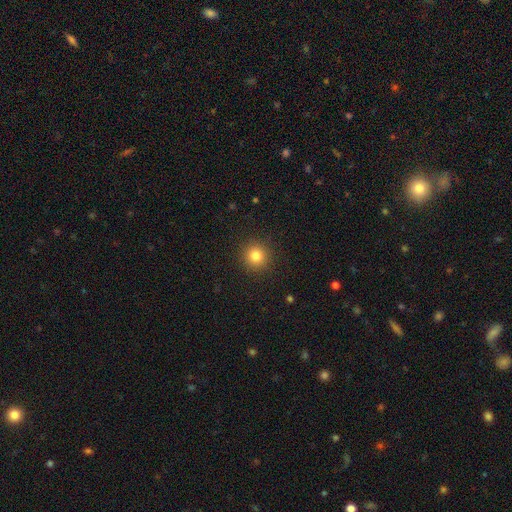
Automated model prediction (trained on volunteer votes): Smooth or featured? Predicted: smooth (p=0.82). How rounded? Predicted: round (p=0.94). Merging? Predicted: none (p=0.91).